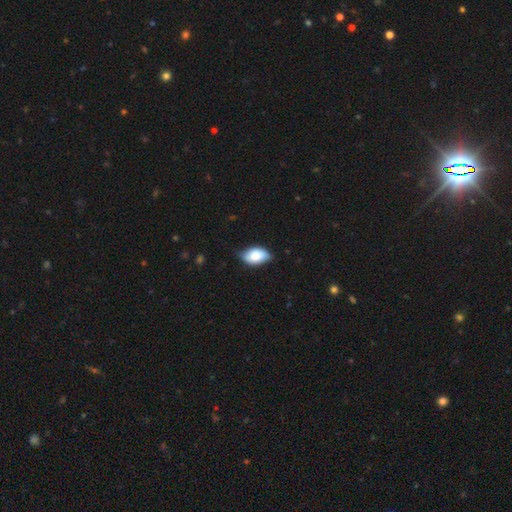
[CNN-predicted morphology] Q: Smooth or featured?
A: smooth (80%); runner-up: featured or disk (13%)
Q: How rounded?
A: in between (93%); runner-up: round (5%)
Q: Merging?
A: none (73%); runner-up: minor disturbance (22%)